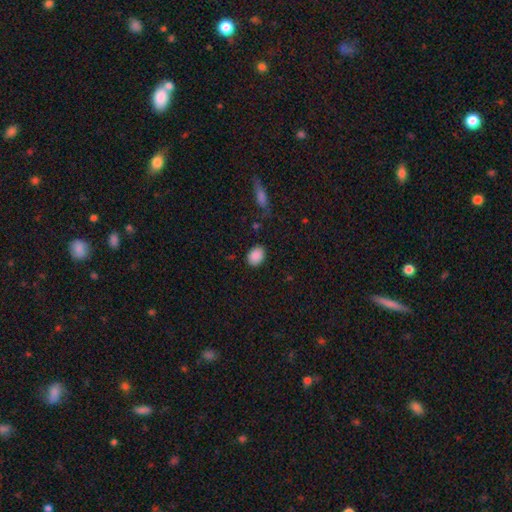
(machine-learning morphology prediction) smooth 89%, star or artifact 8%, featured or disk 3%. Down the decision tree: how rounded — in between (65%); merging — none (85%).